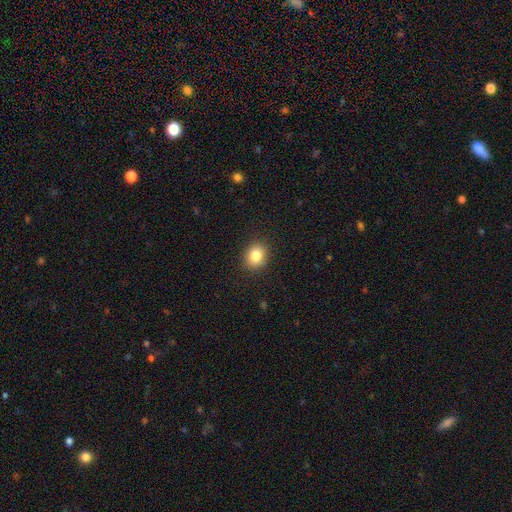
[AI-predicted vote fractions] The model was most divided on "how rounded": round: 65%, in between: 34%, cigar-shaped: 1%. More confident: merging — none (89%); smooth or featured — smooth (84%).